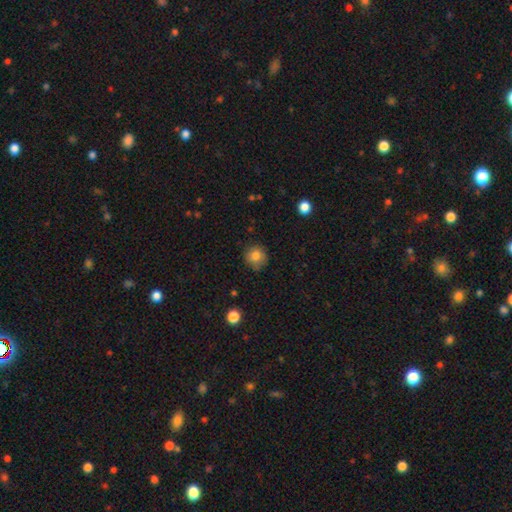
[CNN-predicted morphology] A smooth galaxy with no disk features (82%) that is round (91%). Merging: none (81%).